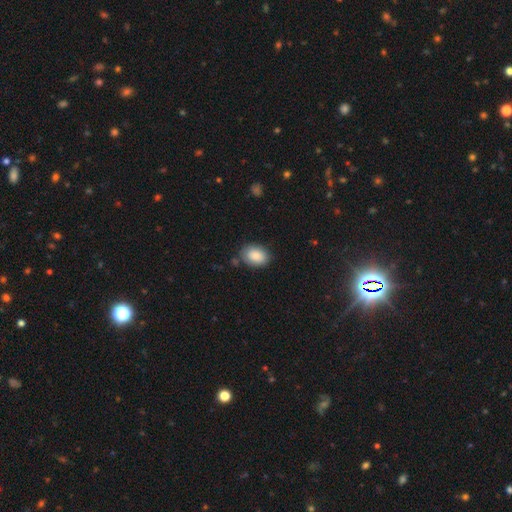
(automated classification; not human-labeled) A smooth galaxy with no disk features (87%) that is in between round and cigar-shaped (79%). Merging: none (77%).